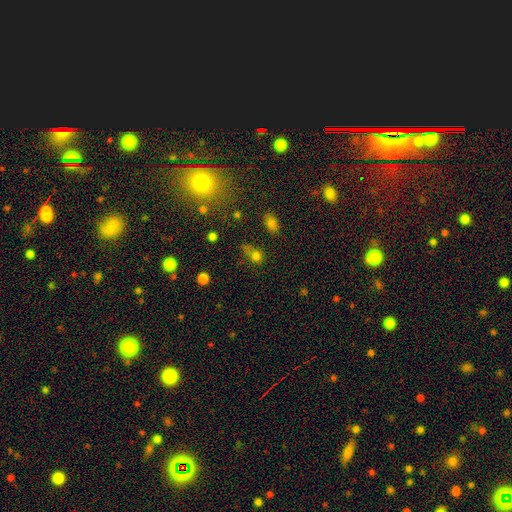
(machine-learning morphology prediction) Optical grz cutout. It shows a smooth galaxy with no disk features (72%) that is round (54%). Merging: none (44%).